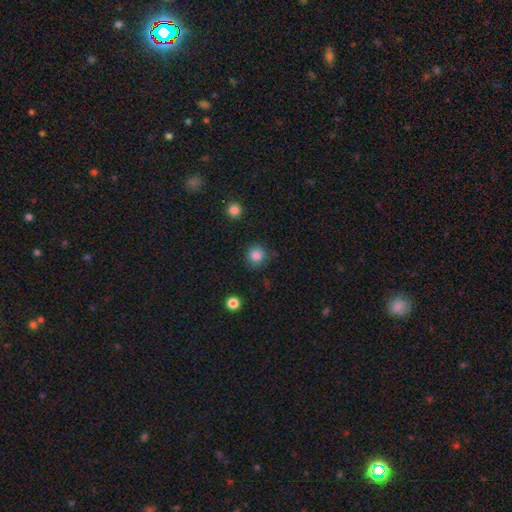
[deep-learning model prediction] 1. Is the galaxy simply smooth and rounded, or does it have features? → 84% smooth, 11% star or artifact, 5% featured or disk.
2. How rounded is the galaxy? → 94% round, 6% in between, 1% cigar-shaped.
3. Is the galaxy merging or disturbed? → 85% none, 10% minor disturbance, 3% major disturbance, 2% merger.